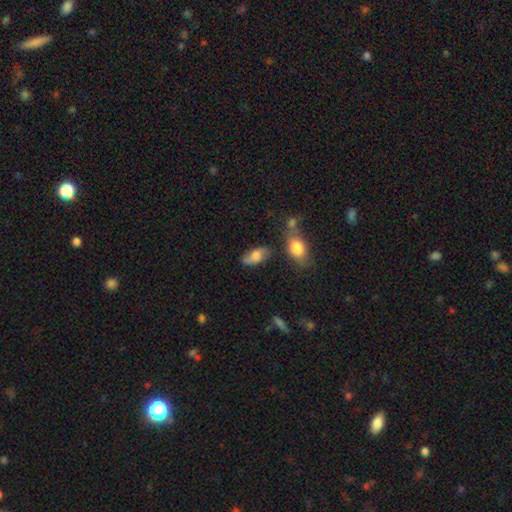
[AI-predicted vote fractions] Smooth or featured: smooth — 49% (featured or disk — 44%)
Merging: none — 70% (minor disturbance — 18%)